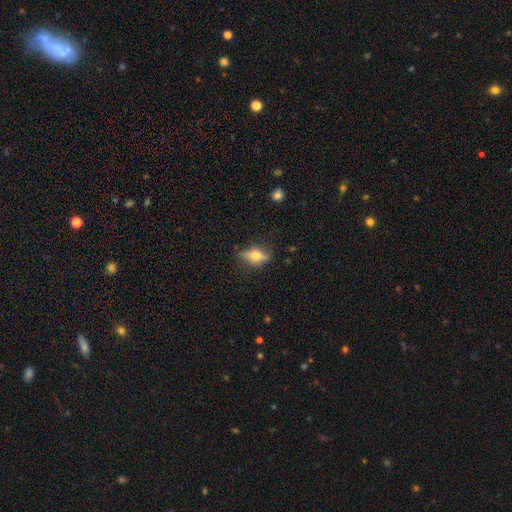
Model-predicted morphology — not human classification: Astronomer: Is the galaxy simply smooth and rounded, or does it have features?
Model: featured or disk — 48% (runner-up: smooth, 43%).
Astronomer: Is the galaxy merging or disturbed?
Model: none — 79%.